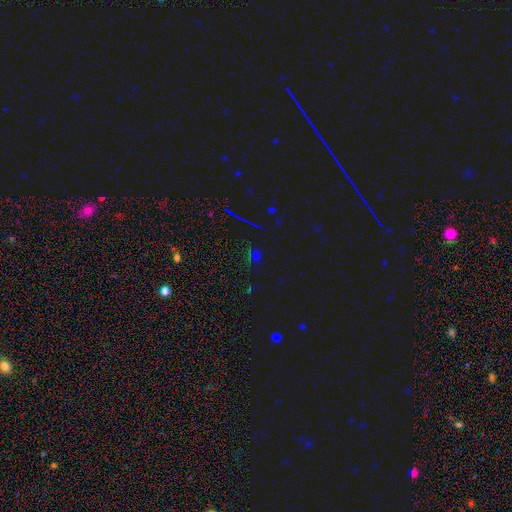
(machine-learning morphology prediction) A star or artifact, not a galaxy (59%).